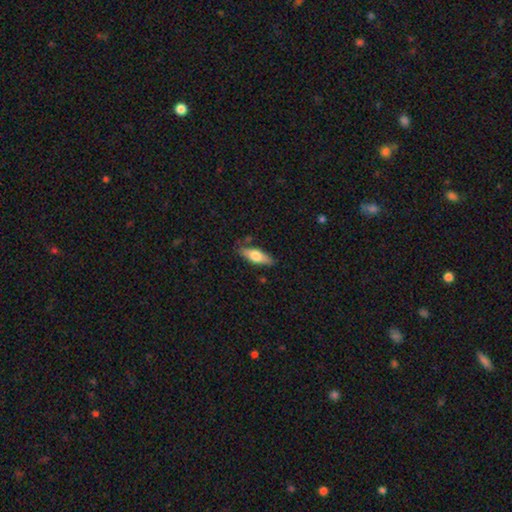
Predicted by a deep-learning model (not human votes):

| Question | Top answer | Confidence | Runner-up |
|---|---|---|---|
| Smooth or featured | smooth | 62% | featured or disk (33%) |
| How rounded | in between | 59% | cigar-shaped (38%) |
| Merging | none | 80% | minor disturbance (15%) |